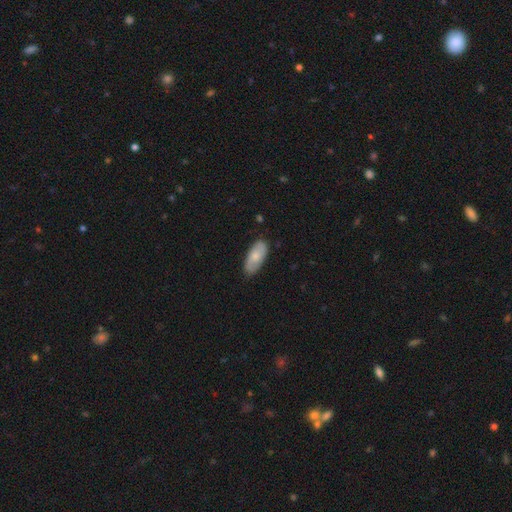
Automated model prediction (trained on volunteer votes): Smooth or featured?
  - smooth: 71% *
  - featured or disk: 24%
  - star or artifact: 5%
How rounded?
  - in between: 88% *
  - cigar-shaped: 10%
  - round: 2%
Merging?
  - none: 79% *
  - minor disturbance: 17%
  - major disturbance: 3%
  - merger: 1%